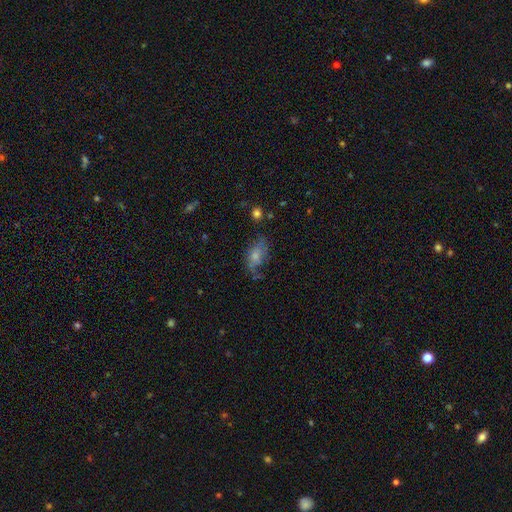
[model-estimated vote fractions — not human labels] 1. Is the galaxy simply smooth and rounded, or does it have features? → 60% smooth, 30% featured or disk, 11% star or artifact.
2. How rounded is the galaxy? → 87% in between, 10% round, 4% cigar-shaped.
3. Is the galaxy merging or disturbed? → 44% none, 29% minor disturbance, 22% major disturbance, 5% merger.